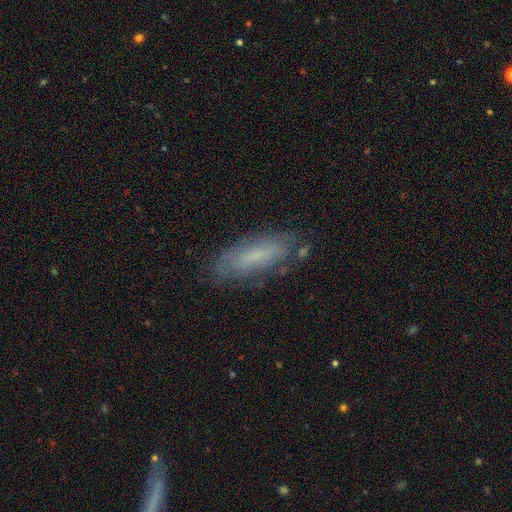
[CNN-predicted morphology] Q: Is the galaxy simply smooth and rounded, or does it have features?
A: smooth — 50%.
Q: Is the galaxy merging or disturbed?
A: none — 74%.